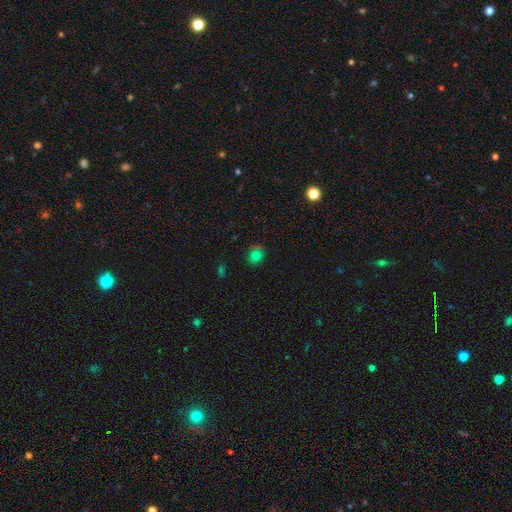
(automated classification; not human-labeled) Morphology: type=smooth (74%); roundness=round (75%); merging=none (73%).